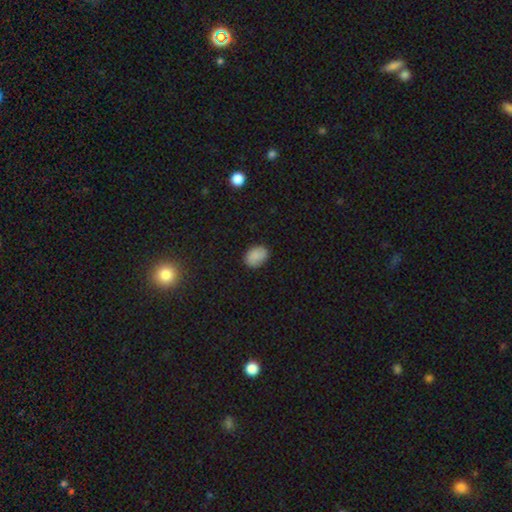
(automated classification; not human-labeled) A smooth galaxy with no disk features (87%) that is in between round and cigar-shaped (74%). Merging: none (83%).